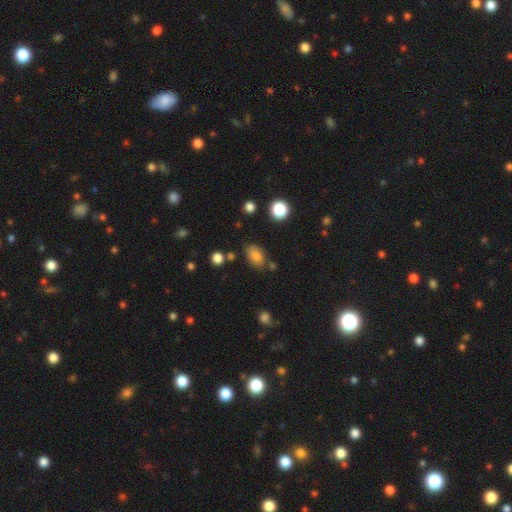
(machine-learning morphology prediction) Overall: smooth (81%). How rounded: in between (87%). Merging: none (75%).